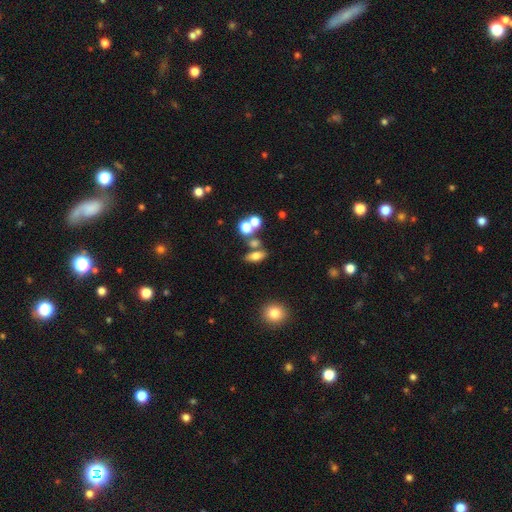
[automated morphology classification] A smooth galaxy with no disk features (69%) that is in between round and cigar-shaped (71%).

Vote fractions:
- Smooth or featured? smooth: 69% / featured or disk: 17% / star or artifact: 13%
- How rounded? in between: 71% / cigar-shaped: 16% / round: 13%
- Merging? none: 60% / merger: 20% / minor disturbance: 13% / major disturbance: 6%